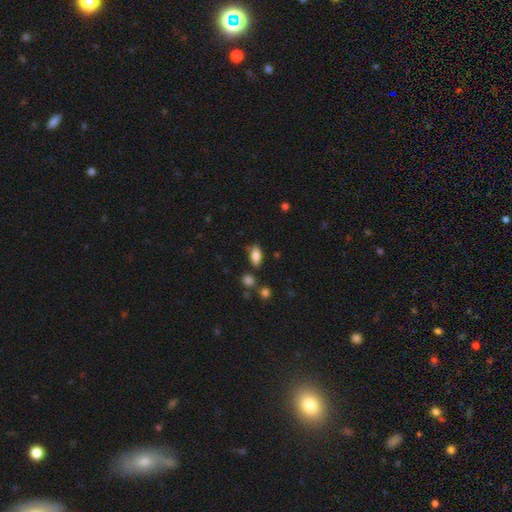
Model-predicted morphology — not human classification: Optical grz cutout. It shows a smooth galaxy with no disk features (84%) that is in between round and cigar-shaped (87%). Merging: none (74%).